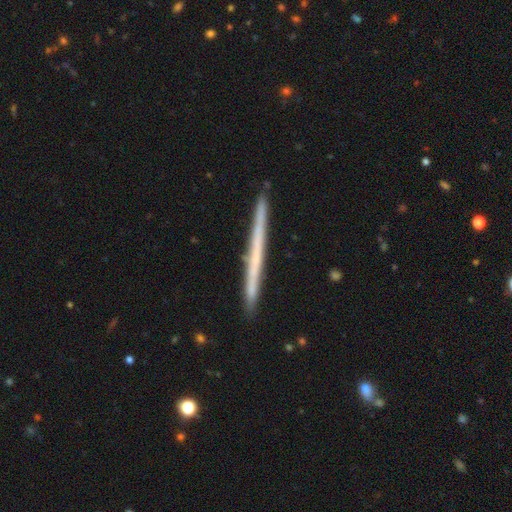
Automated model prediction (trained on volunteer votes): smooth_or_featured: featured or disk (p=0.55) [alt: smooth p=0.39]
disk_edge_on: yes (p=0.97) [alt: no p=0.03]
edge_on_bulge: none (p=0.92) [alt: rounded p=0.06]
merging: none (p=0.91) [alt: minor disturbance p=0.07]